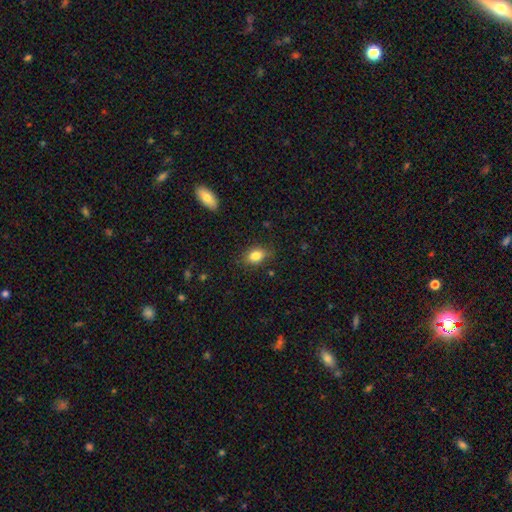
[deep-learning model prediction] Morphology: type=smooth (84%); roundness=in between (79%); merging=none (81%).